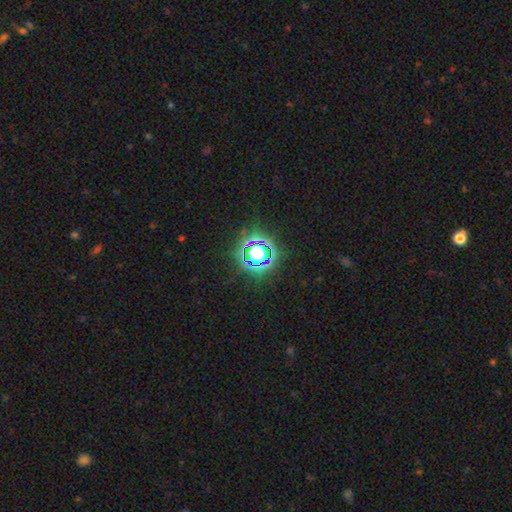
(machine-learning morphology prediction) This is likely a star or artifact rather than a galaxy (77%).